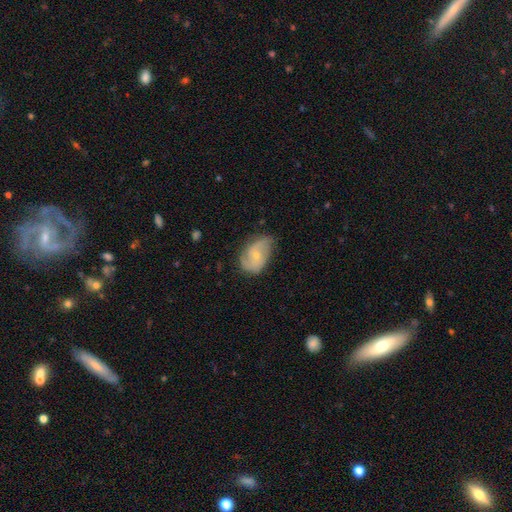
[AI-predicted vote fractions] smooth_or_featured: featured or disk (p=0.65) [alt: smooth p=0.28]
disk_edge_on: no (p=0.97) [alt: yes p=0.03]
bar: no (p=0.66) [alt: weak p=0.30]
has_spiral_arms: yes (p=0.88) [alt: no p=0.12]
spiral_winding: medium (p=0.43) [alt: tight p=0.29]
spiral_arm_count: 2 (p=0.67) [alt: can't tell p=0.17]
bulge_size: small (p=0.63) [alt: moderate p=0.32]
merging: none (p=0.57) [alt: minor disturbance p=0.32]